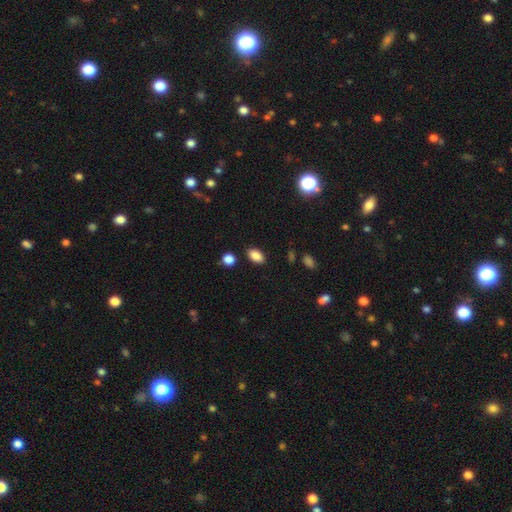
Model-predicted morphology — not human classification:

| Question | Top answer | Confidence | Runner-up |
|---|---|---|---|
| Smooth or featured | smooth | 87% | star or artifact (9%) |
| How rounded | in between | 89% | round (9%) |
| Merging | none | 86% | minor disturbance (9%) |